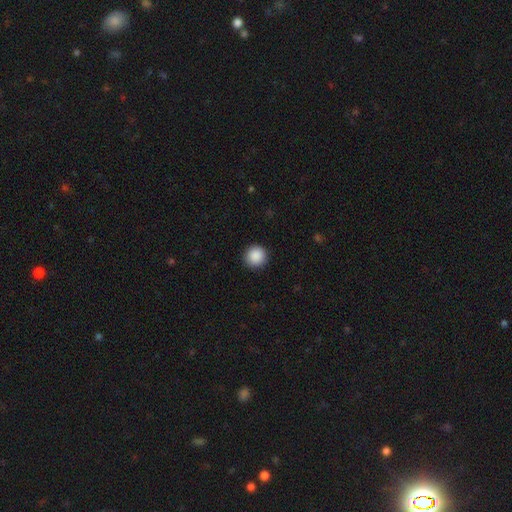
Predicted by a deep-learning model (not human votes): Overall: smooth (89%). How rounded: round (94%). Merging: none (91%).